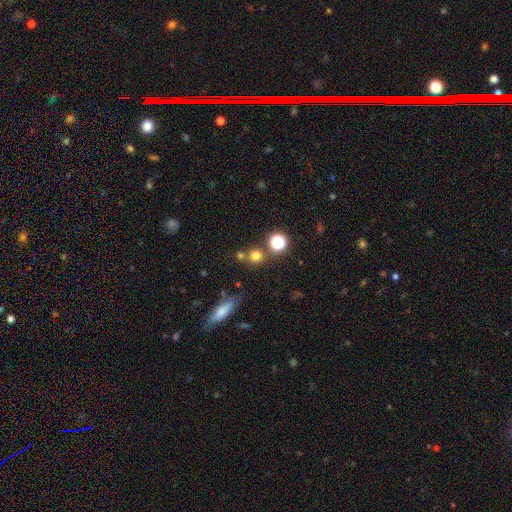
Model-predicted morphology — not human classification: A smooth galaxy with no disk features (71%) that is round (90%).

Vote fractions:
- Smooth or featured? smooth: 71% / star or artifact: 21% / featured or disk: 8%
- How rounded? round: 90% / in between: 9% / cigar-shaped: 2%
- Merging? none: 70% / merger: 18% / minor disturbance: 9% / major disturbance: 4%